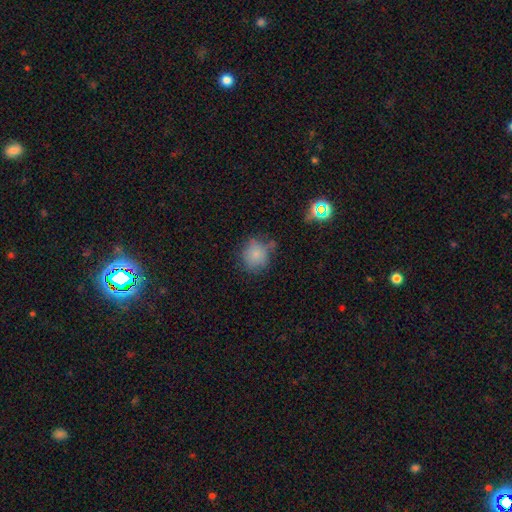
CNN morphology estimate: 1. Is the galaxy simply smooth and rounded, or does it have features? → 80% smooth, 12% star or artifact, 8% featured or disk.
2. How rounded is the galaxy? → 83% round, 16% in between, 1% cigar-shaped.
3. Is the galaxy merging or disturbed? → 64% none, 23% minor disturbance, 7% major disturbance, 6% merger.